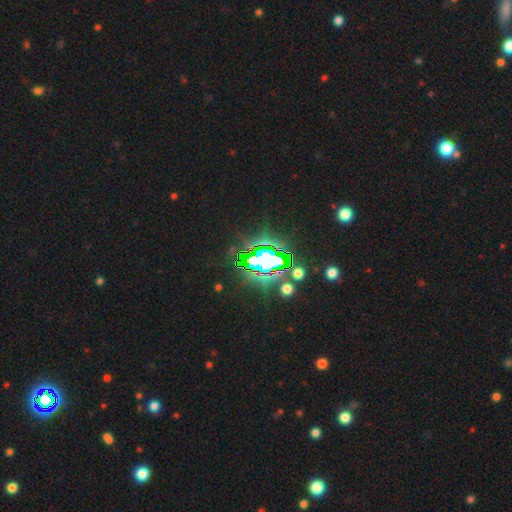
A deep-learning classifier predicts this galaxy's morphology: The model was most divided on "smooth or featured": star or artifact: 85%, smooth: 9%, featured or disk: 6%.